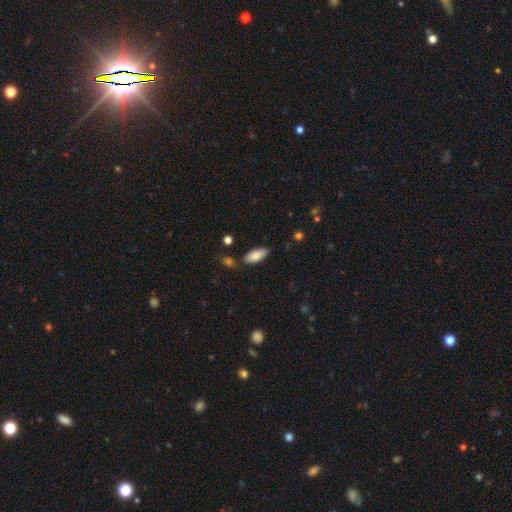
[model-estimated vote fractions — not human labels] Q: Smooth or featured?
A: smooth (82%); runner-up: featured or disk (11%)
Q: How rounded?
A: in between (87%); runner-up: cigar-shaped (11%)
Q: Merging?
A: none (80%); runner-up: minor disturbance (13%)